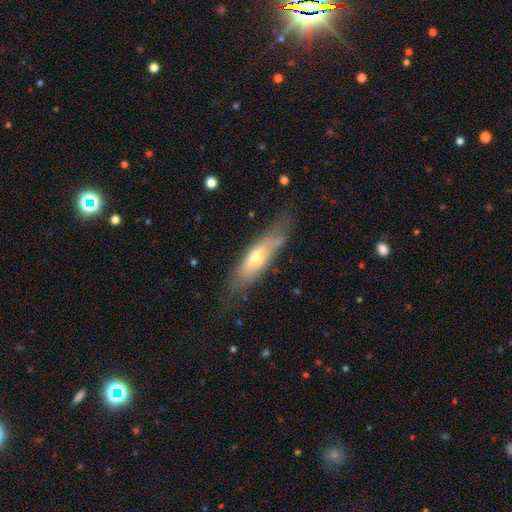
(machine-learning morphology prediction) This appears to be a featured or disk galaxy (49%). Merging: none (70%).